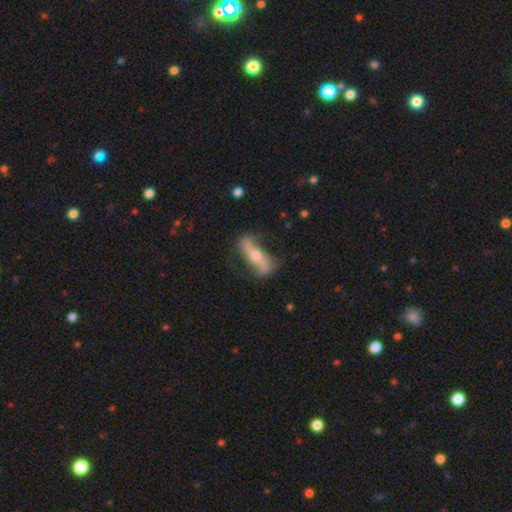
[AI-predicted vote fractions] smooth-or-featured: featured or disk: 73% | smooth: 20% | star or artifact: 6%
  disk-edge-on: no: 59% | yes: 41%
  merging: none: 72% | minor disturbance: 19% | major disturbance: 7% | merger: 2%